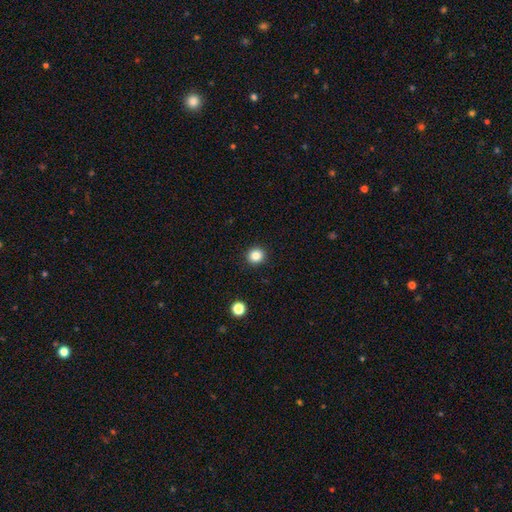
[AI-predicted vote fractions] smooth_or_featured: smooth (p=0.85) [alt: star or artifact p=0.11]
how_rounded: round (p=0.90) [alt: in between p=0.09]
merging: none (p=0.92) [alt: minor disturbance p=0.05]